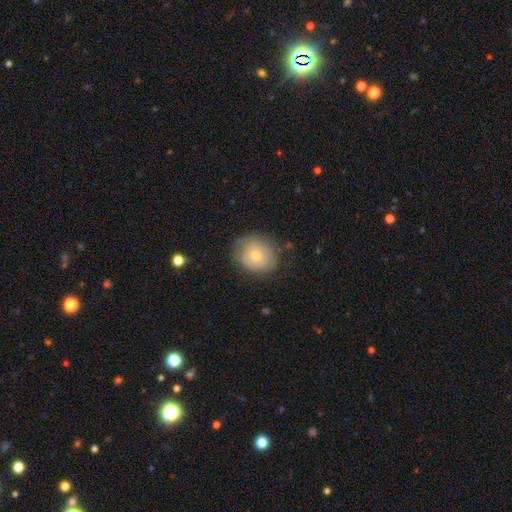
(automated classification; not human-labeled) This is likely a smooth galaxy (62%). How rounded: likely round (75%). Merging: likely none (70%).